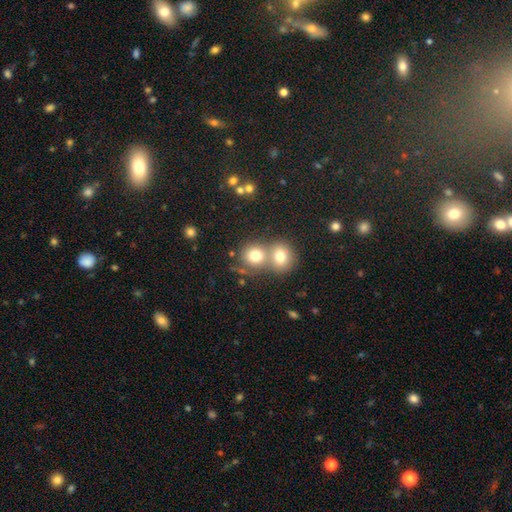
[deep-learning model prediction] Smooth or featured? Predicted: smooth (p=0.77). How rounded? Predicted: round (p=0.81). Merging? Predicted: merger (p=0.52).